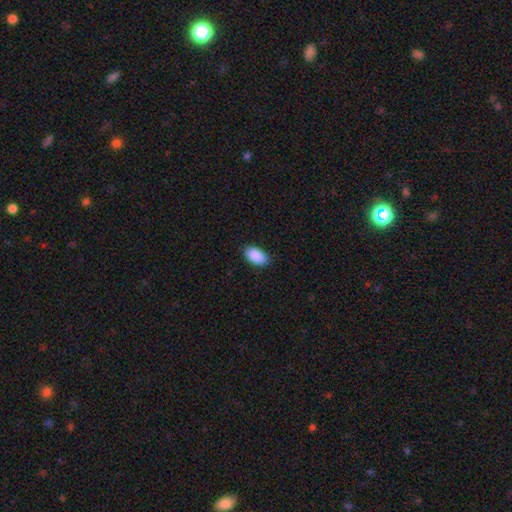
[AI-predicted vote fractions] A smooth galaxy with no disk features (91%) that is in between round and cigar-shaped (95%).

Vote fractions:
- Smooth or featured? smooth: 91% / star or artifact: 7% / featured or disk: 3%
- How rounded? in between: 95% / round: 4% / cigar-shaped: 2%
- Merging? none: 84% / minor disturbance: 12% / major disturbance: 2% / merger: 1%